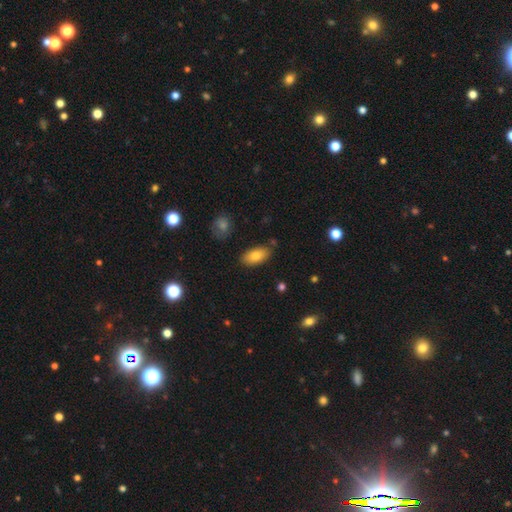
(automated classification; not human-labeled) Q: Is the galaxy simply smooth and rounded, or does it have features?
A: smooth — 80%.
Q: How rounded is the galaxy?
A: in between — 91%.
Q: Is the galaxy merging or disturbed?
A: none — 81%.